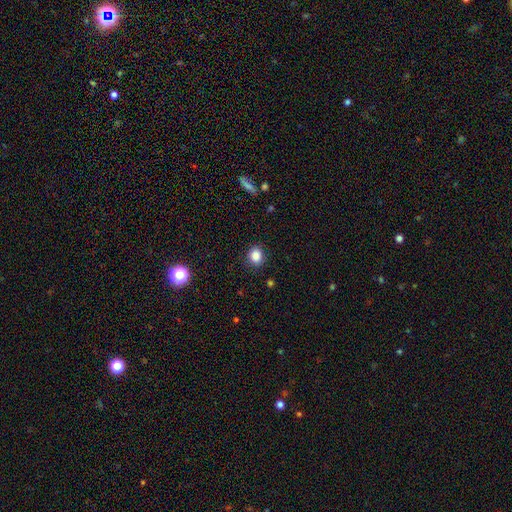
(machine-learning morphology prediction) Smooth or featured: smooth — 86% (star or artifact — 10%)
How rounded: round — 62% (in between — 37%)
Merging: none — 86% (minor disturbance — 10%)